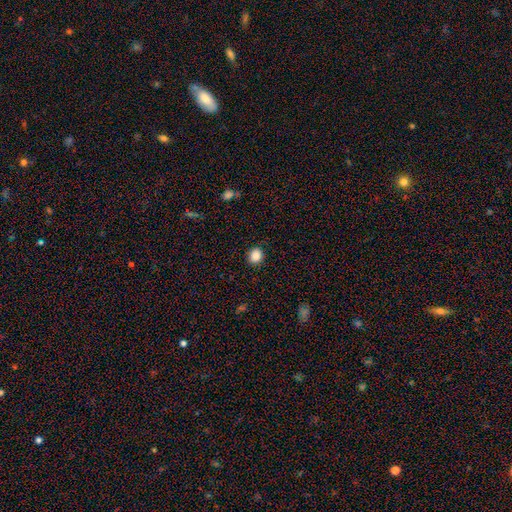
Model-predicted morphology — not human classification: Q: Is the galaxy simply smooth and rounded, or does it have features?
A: smooth — 88%.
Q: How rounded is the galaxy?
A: round — 70%.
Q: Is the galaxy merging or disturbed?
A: none — 89%.